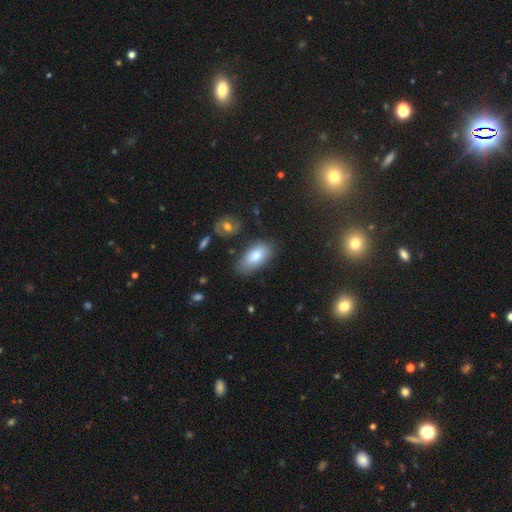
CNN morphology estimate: Q: Smooth or featured?
A: smooth (81%); runner-up: featured or disk (12%)
Q: How rounded?
A: in between (92%); runner-up: cigar-shaped (5%)
Q: Merging?
A: none (75%); runner-up: minor disturbance (17%)